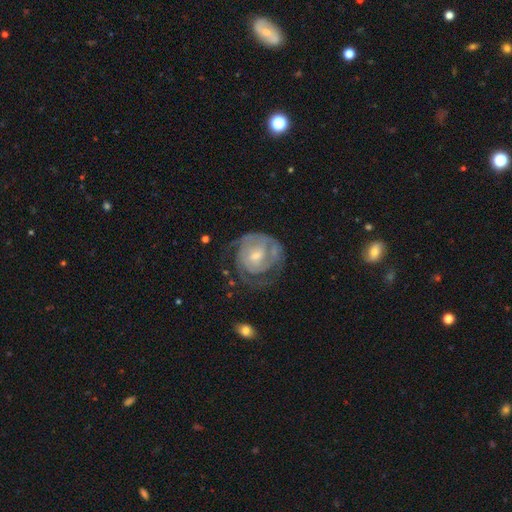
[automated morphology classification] smooth_or_featured: featured or disk (p=0.80) [alt: smooth p=0.15]
disk_edge_on: no (p=0.98) [alt: yes p=0.02]
bar: no (p=0.47) [alt: weak p=0.44]
has_spiral_arms: yes (p=0.90) [alt: no p=0.10]
spiral_winding: tight (p=0.63) [alt: medium p=0.28]
spiral_arm_count: 2 (p=0.35) [tied with: can't tell p=0.35]
bulge_size: small (p=0.53) [alt: moderate p=0.39]
merging: none (p=0.53) [alt: major disturbance p=0.22]